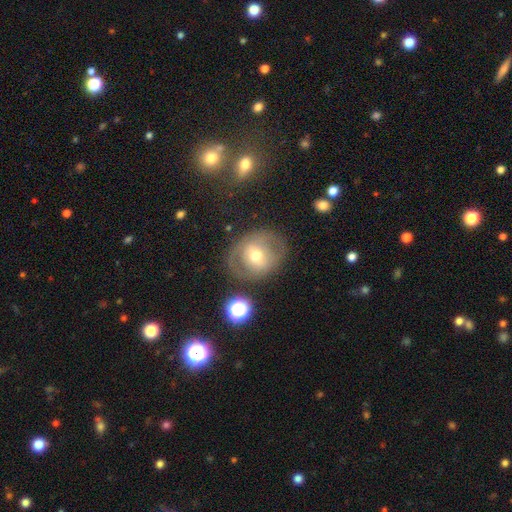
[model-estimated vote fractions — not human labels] This appears to be a featured or disk galaxy (45%, tied with smooth). Merging: none (72%).